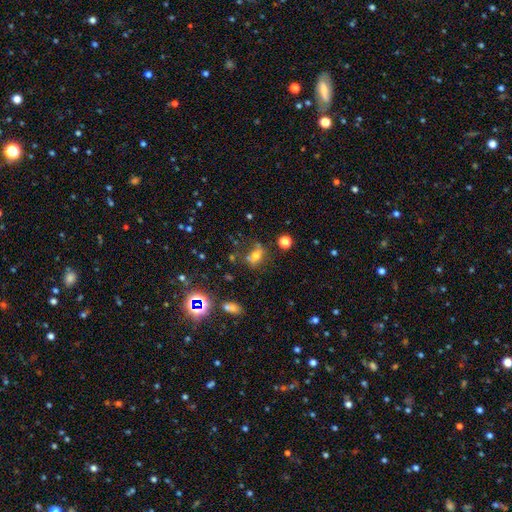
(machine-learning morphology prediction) Smooth or featured? Predicted: smooth (p=0.59). How rounded? Predicted: in between (p=0.62). Merging? Predicted: none (p=0.51).